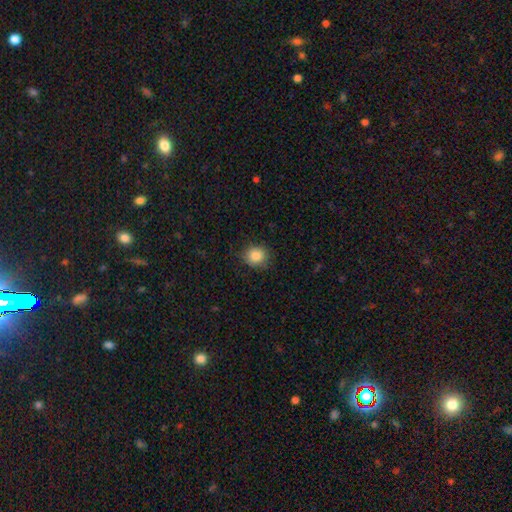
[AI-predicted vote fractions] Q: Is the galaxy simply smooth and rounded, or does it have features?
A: smooth — 85%.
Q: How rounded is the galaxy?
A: round — 83%.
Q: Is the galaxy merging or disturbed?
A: none — 84%.